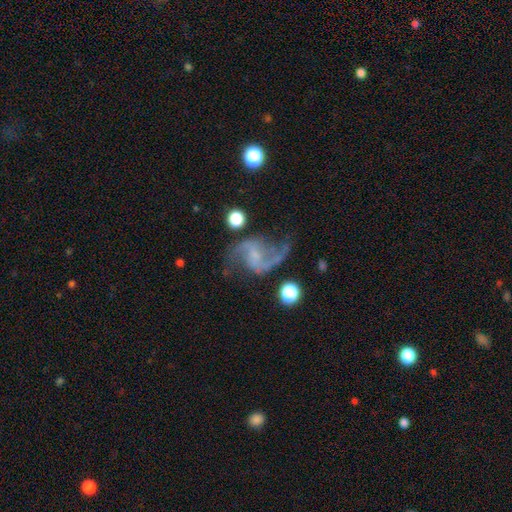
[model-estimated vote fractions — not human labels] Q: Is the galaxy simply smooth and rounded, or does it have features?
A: featured or disk — 87%.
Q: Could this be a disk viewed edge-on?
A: no — 98%.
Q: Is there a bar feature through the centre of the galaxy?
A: weak — 48%.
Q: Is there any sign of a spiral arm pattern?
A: yes — 97%.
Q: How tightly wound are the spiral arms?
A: loose — 65%.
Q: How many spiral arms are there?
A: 2 — 92%.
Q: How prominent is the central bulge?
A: small — 49%.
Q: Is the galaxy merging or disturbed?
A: none — 66%.